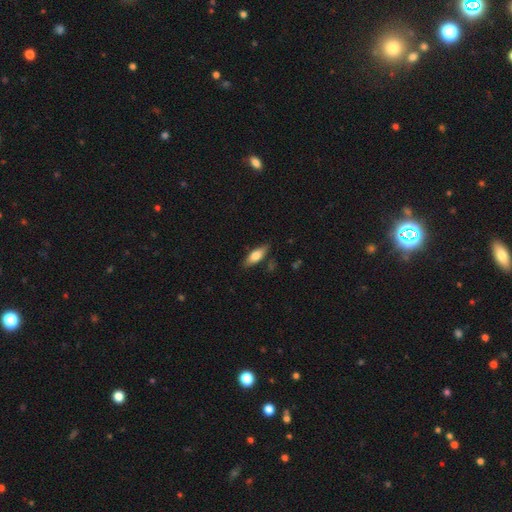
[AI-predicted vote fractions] Smooth or featured? Predicted: smooth (p=0.72). How rounded? Predicted: in between (p=0.68). Merging? Predicted: none (p=0.81).